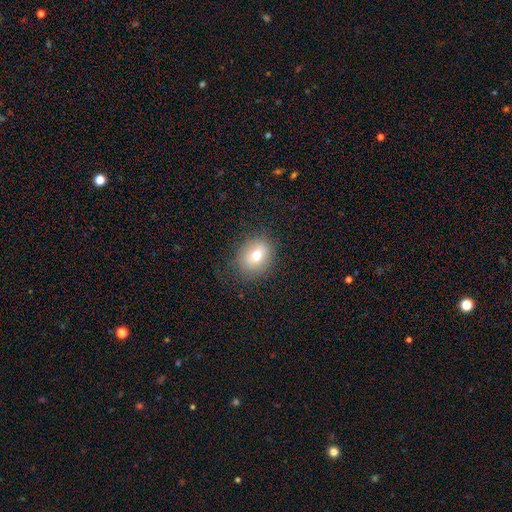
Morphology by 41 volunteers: Smooth or featured?
  - smooth: 73% *
  - featured or disk: 22%
  - star or artifact: 5%
How rounded?
  - round: 50% * (tied)
  - in between: 50% * (tied)
  - cigar-shaped: 0%
Merging?
  - none: 77% *
  - minor disturbance: 21%
  - major disturbance: 3%
  - merger: 0%